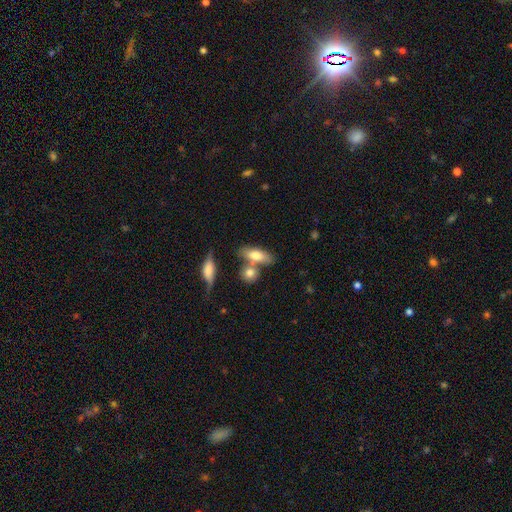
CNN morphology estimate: Smooth or featured? Predicted: smooth (p=0.69). How rounded? Predicted: in between (p=0.68). Merging? Predicted: none (p=0.50).